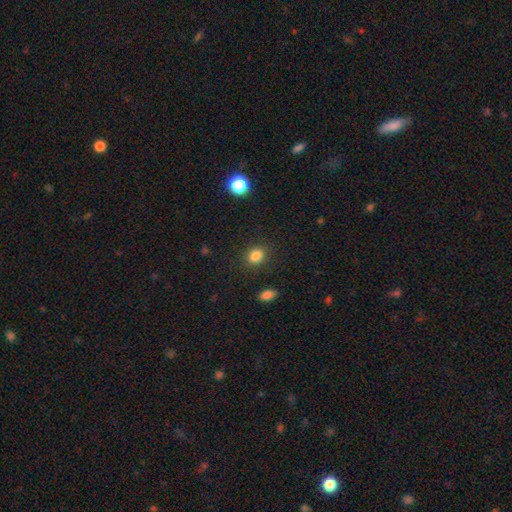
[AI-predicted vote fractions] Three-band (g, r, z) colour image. It shows a smooth galaxy with no disk features (84%) that is round (58%). Merging: none (86%).